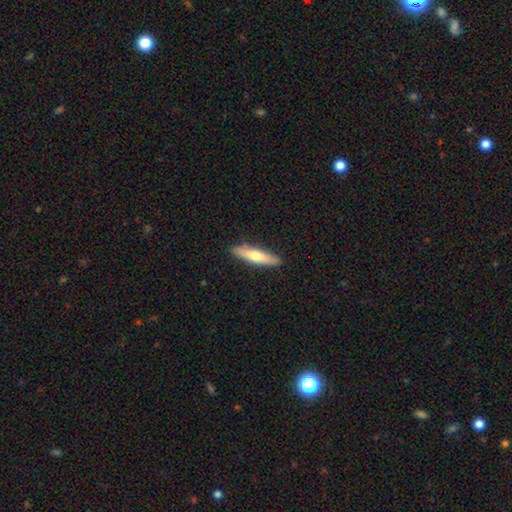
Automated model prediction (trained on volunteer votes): Smooth or featured: smooth — 59% (featured or disk — 36%)
How rounded: cigar-shaped — 80% (in between — 18%)
Merging: none — 89% (minor disturbance — 9%)